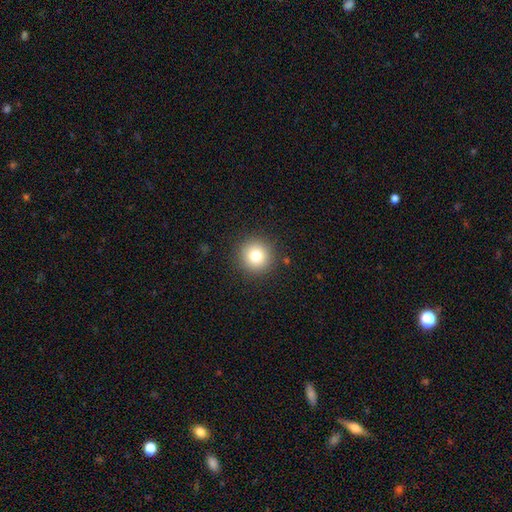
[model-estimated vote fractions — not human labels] Overall: smooth (79%). How rounded: round (95%). Merging: none (91%).